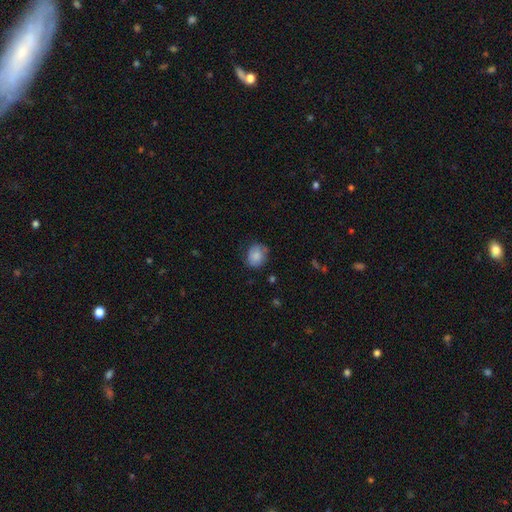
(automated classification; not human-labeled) A smooth galaxy with no disk features (81%) that is round (61%).

Vote fractions:
- Smooth or featured? smooth: 81% / featured or disk: 12% / star or artifact: 8%
- How rounded? round: 61% / in between: 38% / cigar-shaped: 1%
- Merging? none: 70% / minor disturbance: 23% / major disturbance: 6% / merger: 1%